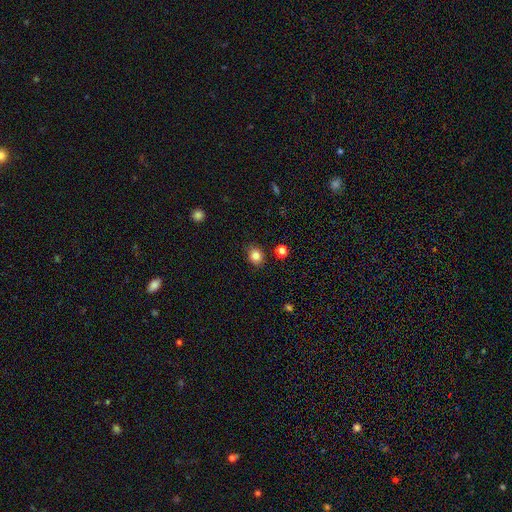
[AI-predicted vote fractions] A smooth galaxy with no disk features (83%) that is round (72%).

Vote fractions:
- Smooth or featured? smooth: 83% / star or artifact: 11% / featured or disk: 5%
- How rounded? round: 72% / in between: 28% / cigar-shaped: 1%
- Merging? none: 85% / minor disturbance: 11% / major disturbance: 2% / merger: 2%